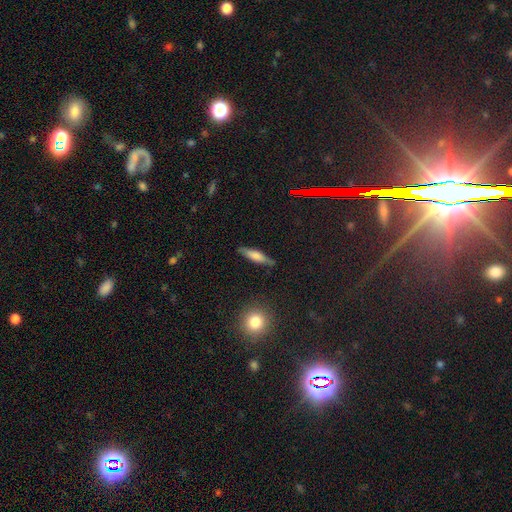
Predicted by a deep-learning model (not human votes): Morphology: type=smooth (58%); roundness=cigar-shaped (75%); merging=none (83%).